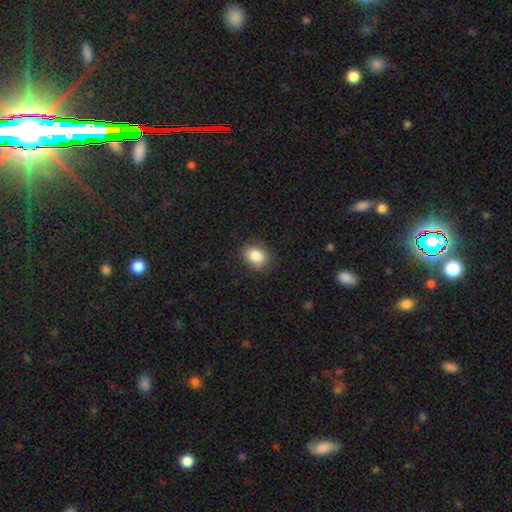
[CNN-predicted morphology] A smooth galaxy with no disk features (85%) that is in between round and cigar-shaped (55%). Merging: none (84%).